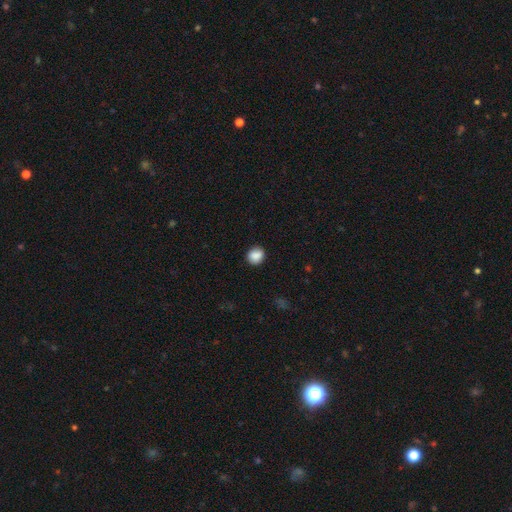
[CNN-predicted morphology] A smooth galaxy with no disk features (88%) that is round (77%). Merging: none (87%).